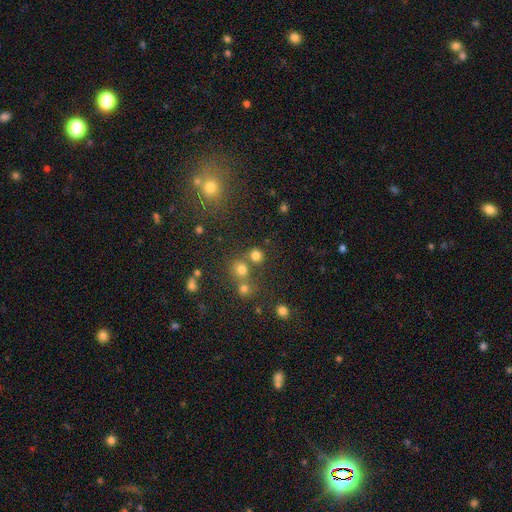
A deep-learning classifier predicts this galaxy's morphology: Smooth or featured? Predicted: smooth (p=0.76). How rounded? Predicted: round (p=0.89). Merging? Predicted: none (p=0.70).